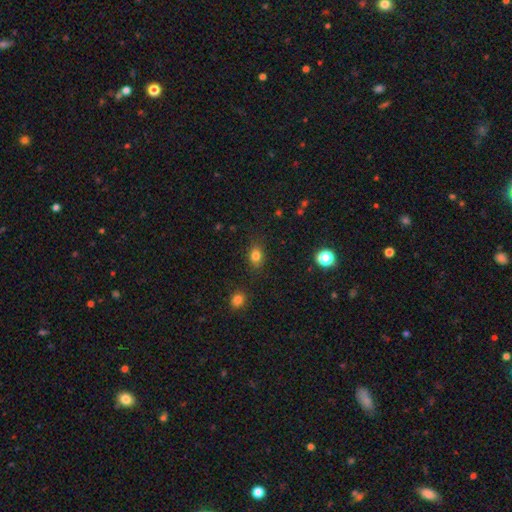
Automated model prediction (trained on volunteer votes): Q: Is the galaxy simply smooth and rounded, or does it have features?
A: smooth — 81%.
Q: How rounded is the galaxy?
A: in between — 62%.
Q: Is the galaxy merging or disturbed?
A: none — 83%.